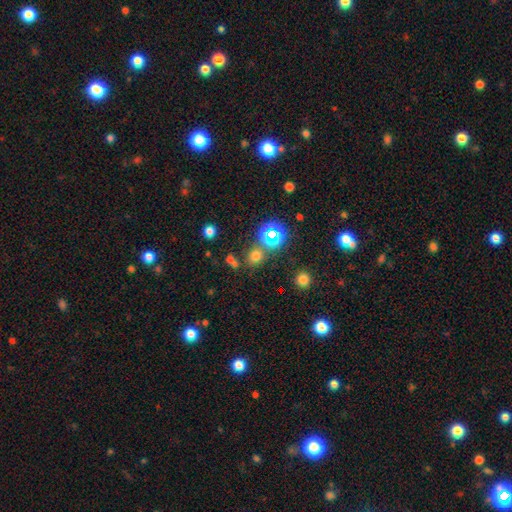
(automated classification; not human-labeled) Overall: smooth (60%; star or artifact 33%). How rounded: round (75%). Merging: none (70%).